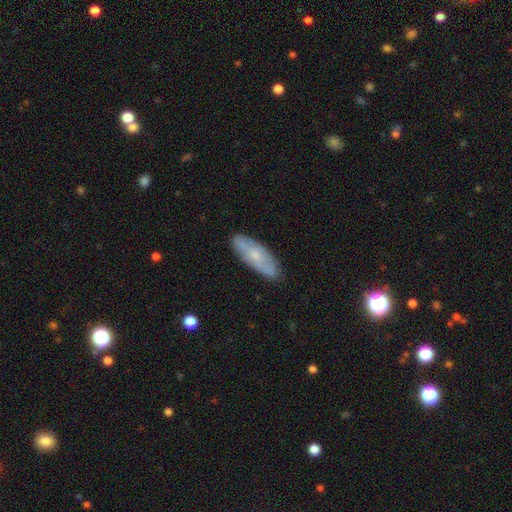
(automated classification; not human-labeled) Smooth or featured? smooth (51%)
How rounded? in between (62%)
Merging? none (83%)